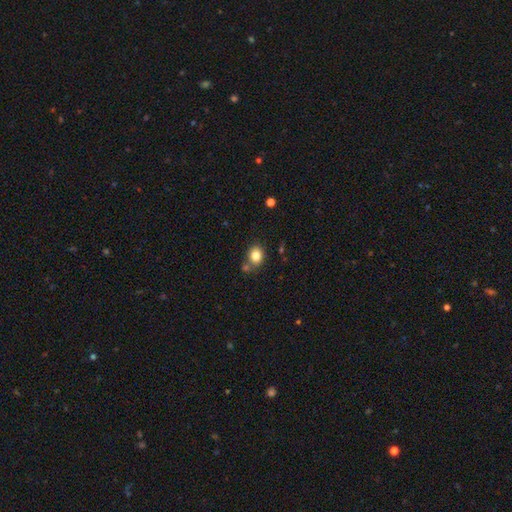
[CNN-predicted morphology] Smooth or featured? Predicted: smooth (p=0.82). How rounded? Predicted: round (p=0.52). Merging? Predicted: none (p=0.69).